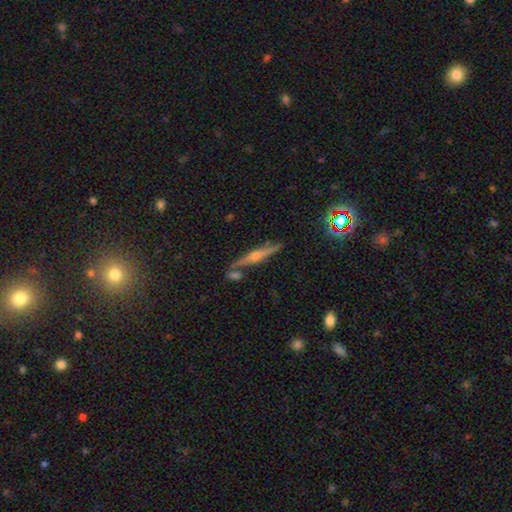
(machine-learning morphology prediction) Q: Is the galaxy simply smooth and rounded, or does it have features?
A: featured or disk — 72%.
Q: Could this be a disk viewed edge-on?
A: yes — 96%.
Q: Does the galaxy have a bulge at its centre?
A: rounded — 88%.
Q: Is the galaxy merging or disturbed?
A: none — 80%.